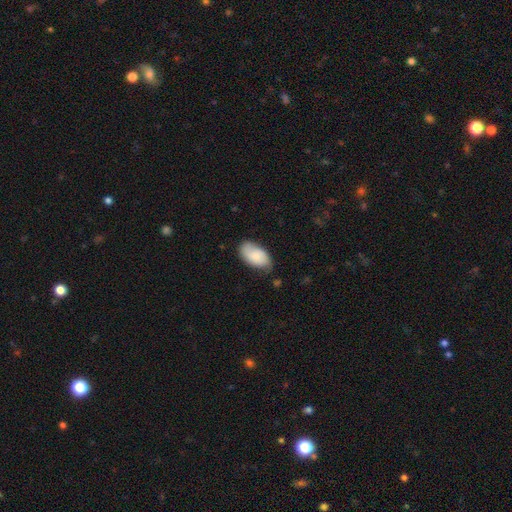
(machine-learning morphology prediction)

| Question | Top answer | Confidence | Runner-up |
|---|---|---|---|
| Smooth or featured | smooth | 79% | featured or disk (15%) |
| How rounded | in between | 95% | round (3%) |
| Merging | none | 68% | minor disturbance (25%) |